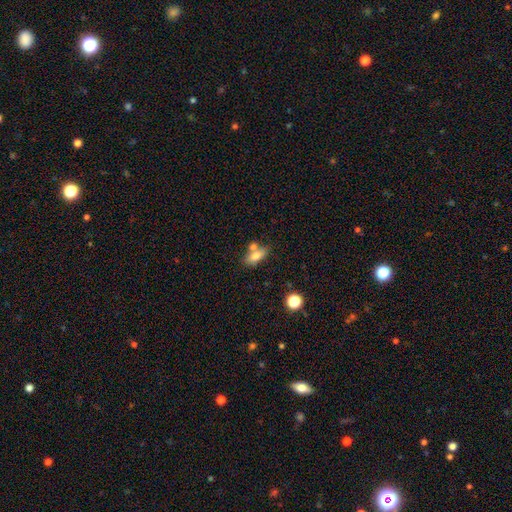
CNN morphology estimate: This is likely a smooth galaxy (72%). How rounded: likely in between (76%). Merging: possibly none (53%).